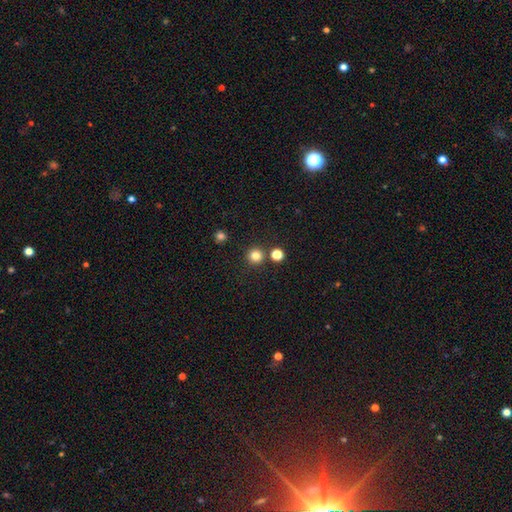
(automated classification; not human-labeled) Smooth or featured?
  - smooth: 81% *
  - star or artifact: 15%
  - featured or disk: 4%
How rounded?
  - round: 95% *
  - in between: 4%
  - cigar-shaped: 1%
Merging?
  - none: 87% *
  - merger: 6%
  - minor disturbance: 5%
  - major disturbance: 2%